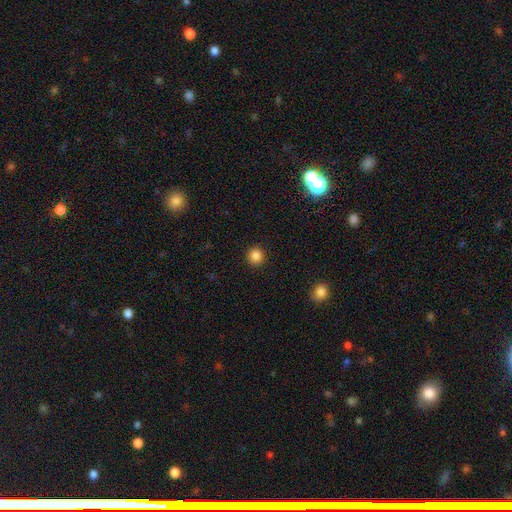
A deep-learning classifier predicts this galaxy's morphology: smooth-or-featured: smooth: 85% | star or artifact: 11% | featured or disk: 4%
  how-rounded: round: 92% | in between: 7% | cigar-shaped: 1%
  merging: none: 92% | minor disturbance: 5% | major disturbance: 2% | merger: 1%